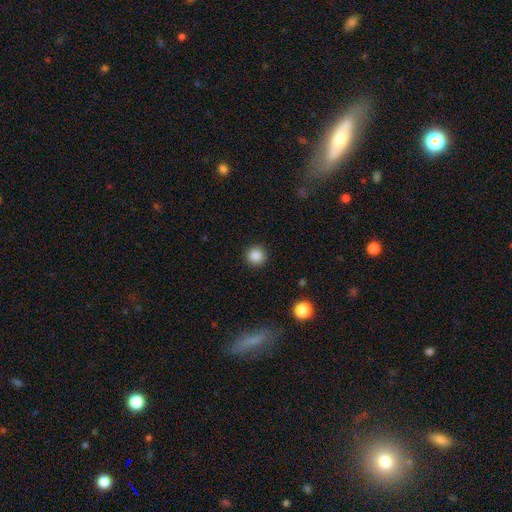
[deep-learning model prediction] Q: Smooth or featured?
A: smooth (87%); runner-up: star or artifact (10%)
Q: How rounded?
A: round (94%); runner-up: in between (5%)
Q: Merging?
A: none (92%); runner-up: minor disturbance (5%)